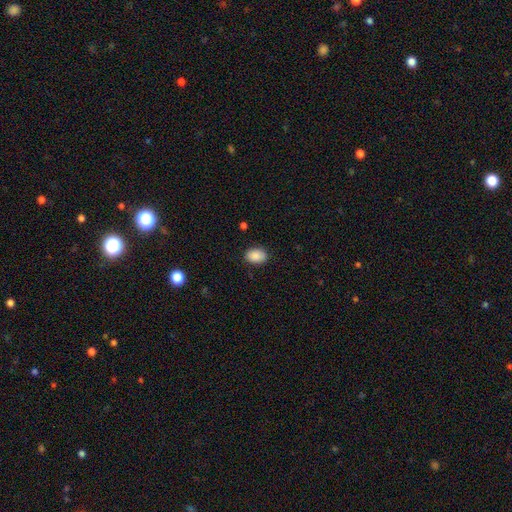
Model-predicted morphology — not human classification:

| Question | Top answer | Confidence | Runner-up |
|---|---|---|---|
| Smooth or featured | smooth | 89% | star or artifact (7%) |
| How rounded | in between | 80% | round (19%) |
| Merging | none | 86% | minor disturbance (10%) |